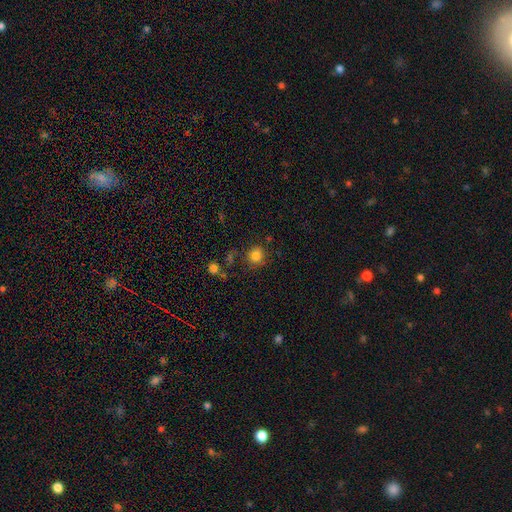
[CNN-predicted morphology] Smooth or featured: smooth — 82% (star or artifact — 12%)
How rounded: round — 89% (in between — 10%)
Merging: none — 81% (minor disturbance — 11%)